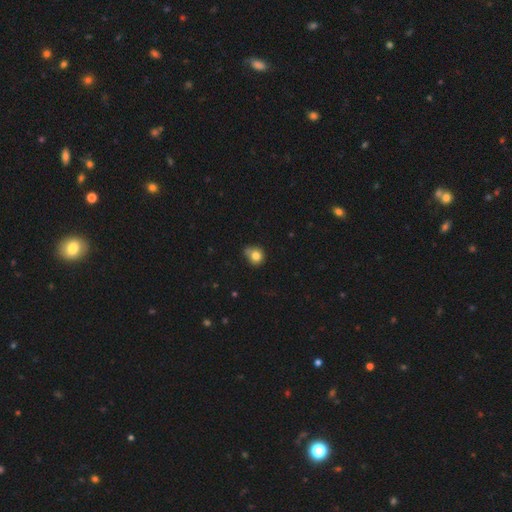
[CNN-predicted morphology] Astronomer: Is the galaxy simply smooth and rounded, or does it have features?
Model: smooth — 80%.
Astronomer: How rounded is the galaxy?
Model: round — 78%.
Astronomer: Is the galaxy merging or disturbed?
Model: none — 57%.